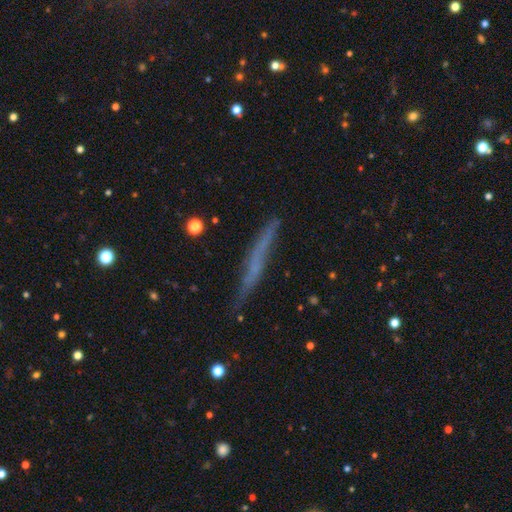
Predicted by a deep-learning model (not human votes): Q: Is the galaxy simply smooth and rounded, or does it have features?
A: featured or disk — 45%.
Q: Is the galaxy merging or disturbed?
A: none — 79%.